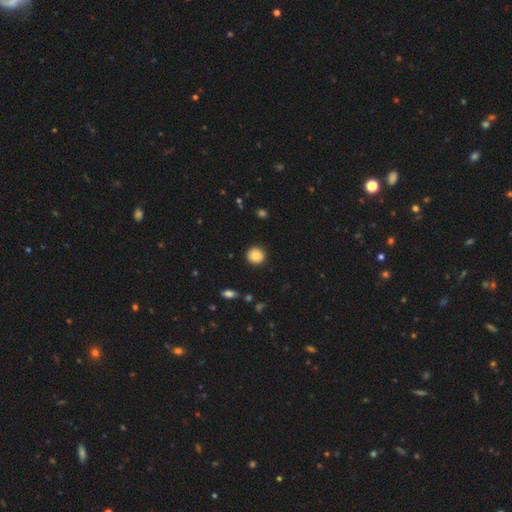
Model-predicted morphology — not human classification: smooth_or_featured: smooth (p=0.86) [alt: star or artifact p=0.08]
how_rounded: round (p=0.92) [alt: in between p=0.07]
merging: none (p=0.90) [alt: minor disturbance p=0.07]